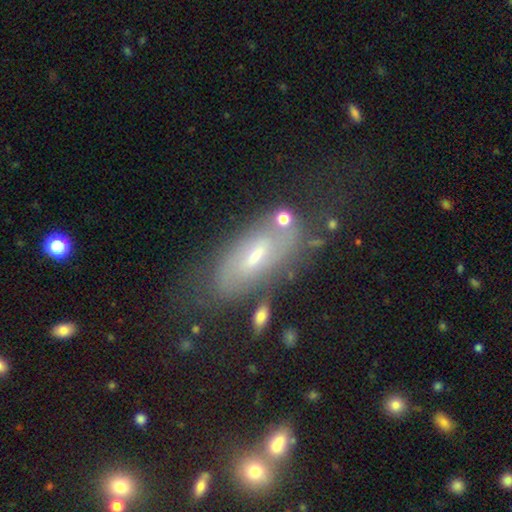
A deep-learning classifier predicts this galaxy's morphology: type=featured or disk (58%); edge-on=no (80%); merging=none (65%).